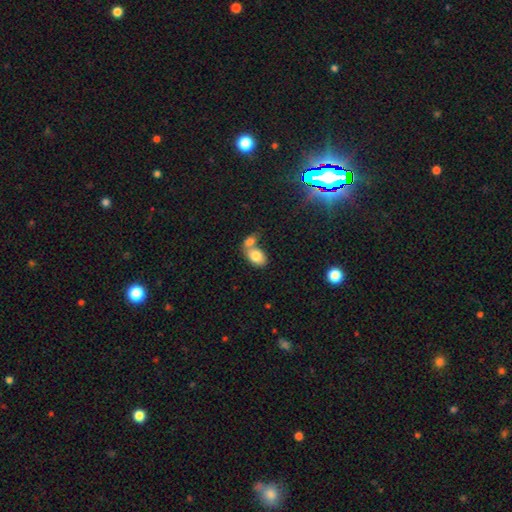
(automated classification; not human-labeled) This appears to be a smooth galaxy with no disk features (79%) that is in between round and cigar-shaped (84%). Merging: merger (58%).